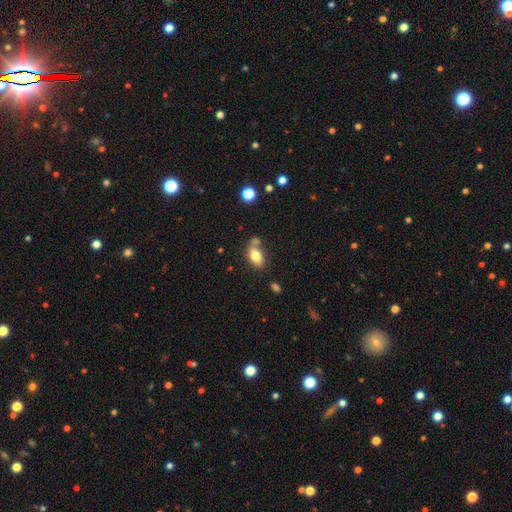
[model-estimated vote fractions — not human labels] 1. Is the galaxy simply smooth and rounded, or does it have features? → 78% smooth, 13% featured or disk, 8% star or artifact.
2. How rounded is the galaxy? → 89% in between, 7% round, 4% cigar-shaped.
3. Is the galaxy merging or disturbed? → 53% none, 24% merger, 17% minor disturbance, 6% major disturbance.